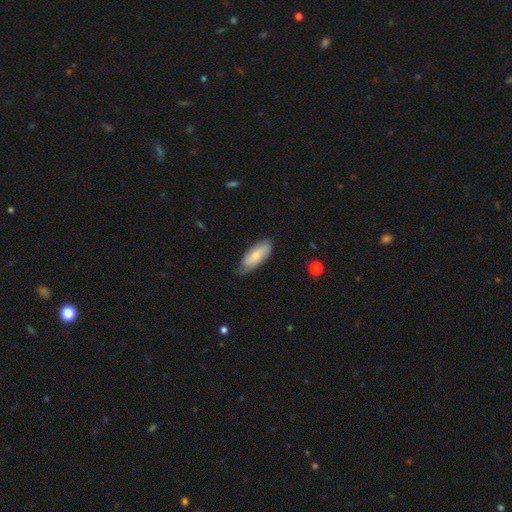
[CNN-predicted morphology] Smooth or featured? Predicted: smooth (p=0.66). How rounded? Predicted: in between (p=0.80). Merging? Predicted: none (p=0.64).